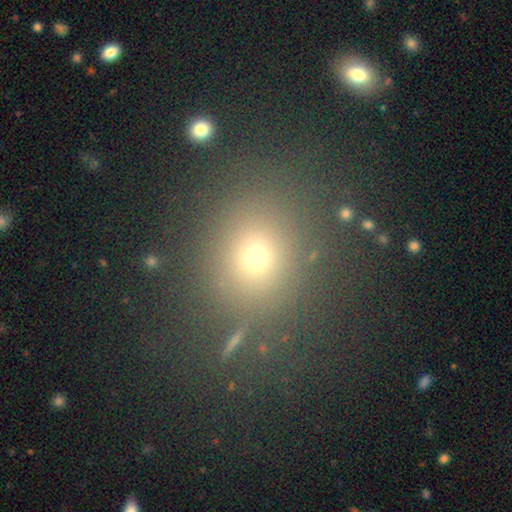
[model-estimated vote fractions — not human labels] This appears to be a smooth galaxy with no disk features (67%) that is round (75%). Merging: none (81%).